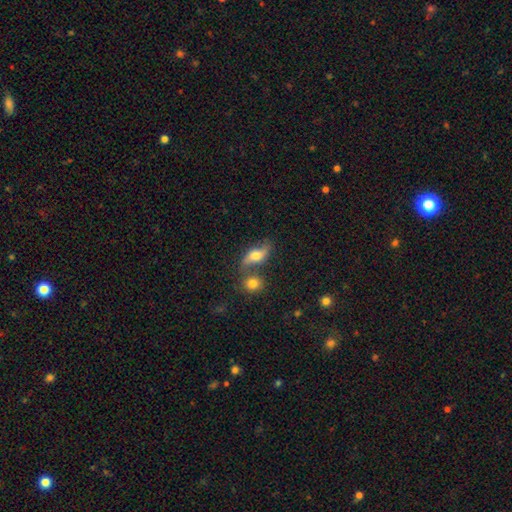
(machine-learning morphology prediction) smooth 48%, featured or disk 42%, star or artifact 10%. Down the decision tree: merging — none (55%).